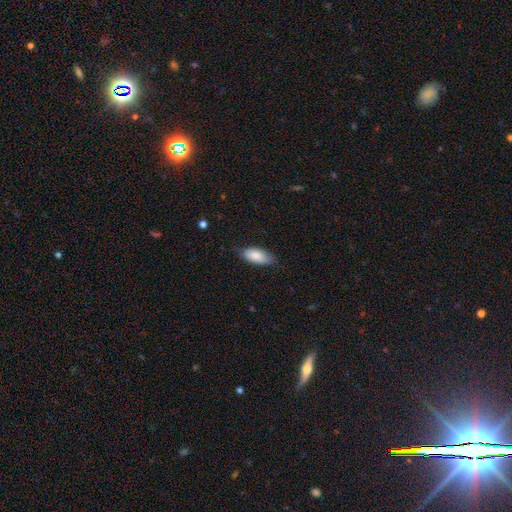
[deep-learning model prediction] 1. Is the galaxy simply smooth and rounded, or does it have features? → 83% smooth, 11% featured or disk, 6% star or artifact.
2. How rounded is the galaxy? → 89% in between, 9% cigar-shaped, 2% round.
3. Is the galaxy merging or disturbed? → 74% none, 22% minor disturbance, 3% major disturbance, 1% merger.